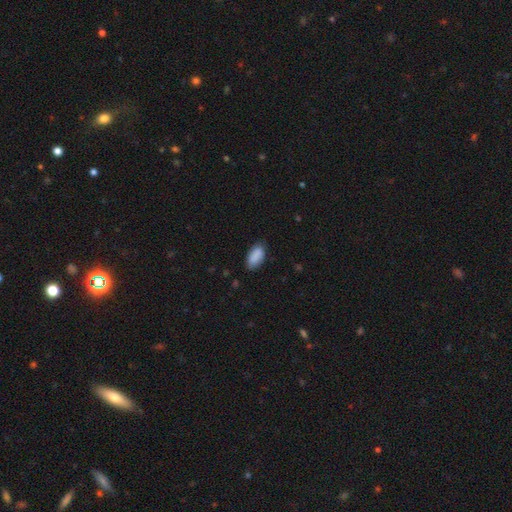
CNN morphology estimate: Overall: smooth (88%). How rounded: in between (93%). Merging: none (77%).